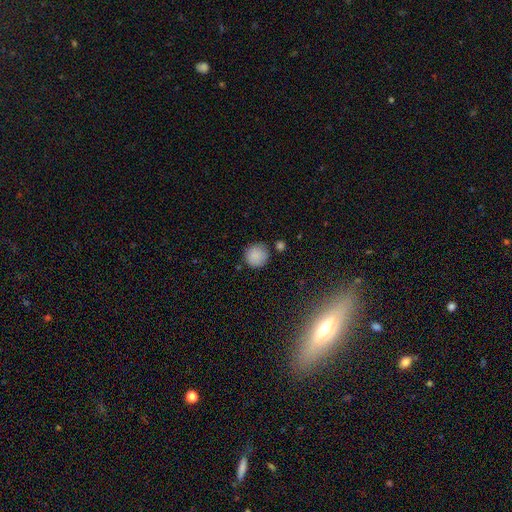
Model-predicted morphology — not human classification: A smooth galaxy with no disk features (88%) that is round (93%). Merging: none (81%).